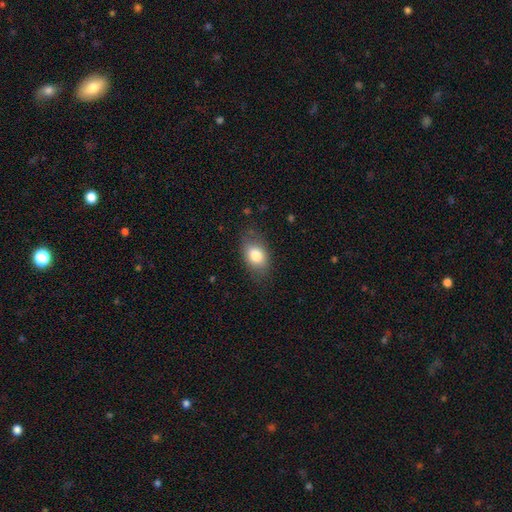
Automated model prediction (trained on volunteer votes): smooth-or-featured: smooth: 81% | featured or disk: 11% | star or artifact: 8%
  how-rounded: in between: 82% | round: 16% | cigar-shaped: 2%
  merging: none: 75% | minor disturbance: 18% | major disturbance: 5% | merger: 1%